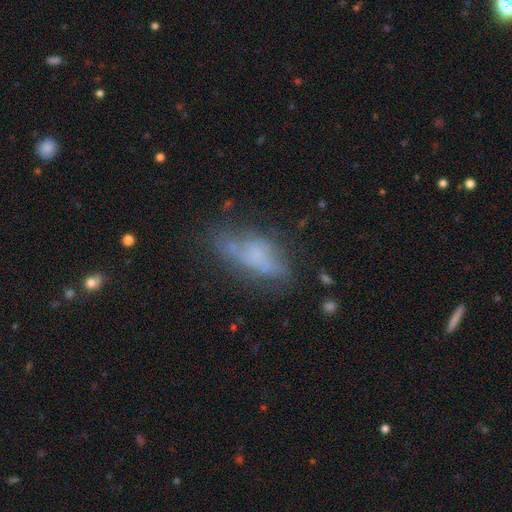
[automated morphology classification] A smooth galaxy with no disk features (45%).

Vote fractions:
- Smooth or featured? smooth: 45% / featured or disk: 43% / star or artifact: 12%
- Merging? none: 47% / minor disturbance: 27% / major disturbance: 20% / merger: 7%